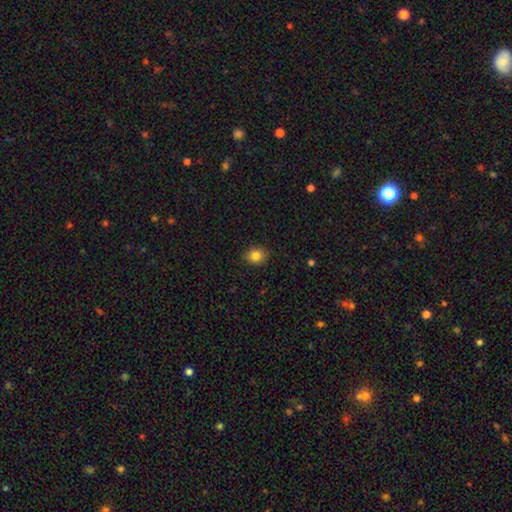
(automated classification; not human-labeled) smooth 84%, star or artifact 10%, featured or disk 6%. Down the decision tree: how rounded — round (65%); merging — none (88%).